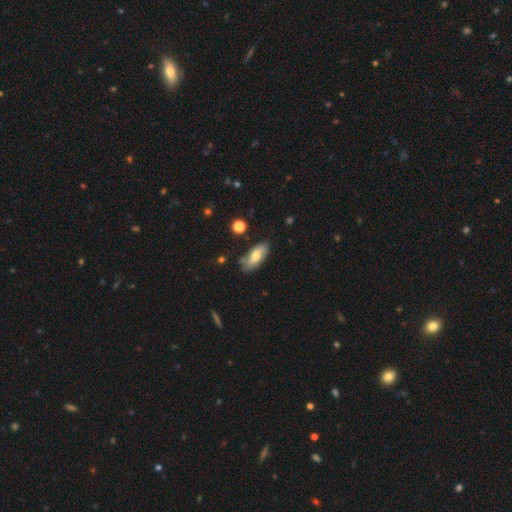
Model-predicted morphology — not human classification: smooth-or-featured: smooth: 59% | featured or disk: 33% | star or artifact: 7%
  how-rounded: in between: 85% | cigar-shaped: 12% | round: 3%
  merging: none: 71% | minor disturbance: 22% | major disturbance: 4% | merger: 3%